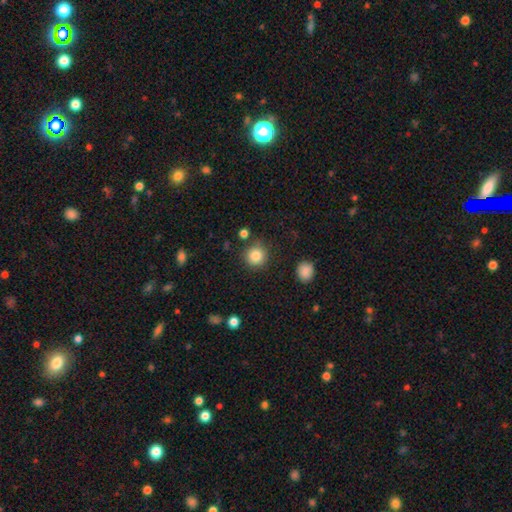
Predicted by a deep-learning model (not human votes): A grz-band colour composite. It shows a smooth galaxy with no disk features (85%) that is round (93%). Merging: none (84%).